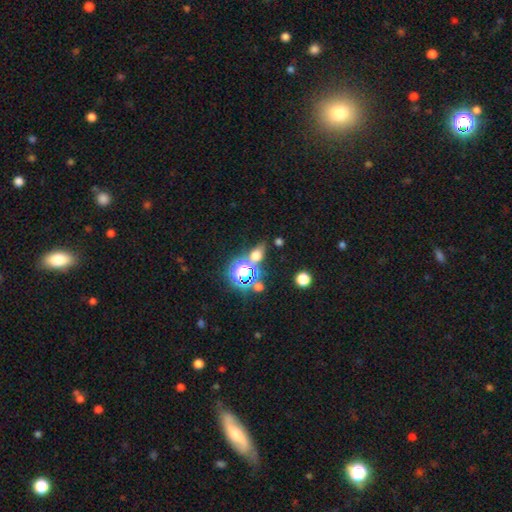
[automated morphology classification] This is possibly a smooth galaxy (49%). Merging: likely none (63%).